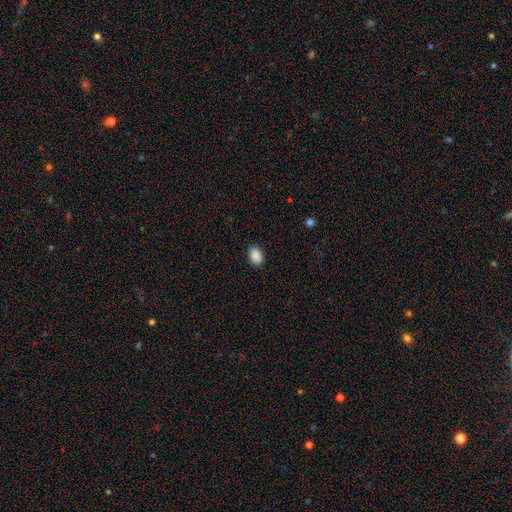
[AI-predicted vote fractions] Smooth or featured? Predicted: smooth (p=0.90). How rounded? Predicted: in between (p=0.79). Merging? Predicted: none (p=0.89).